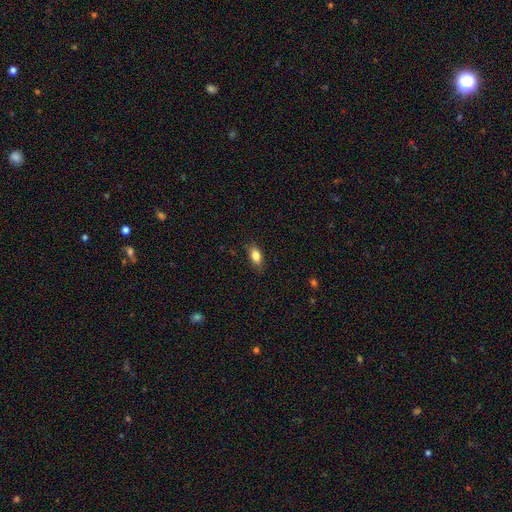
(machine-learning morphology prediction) This appears to be a smooth galaxy with no disk features (83%) that is in between round and cigar-shaped (86%). Merging: none (84%).